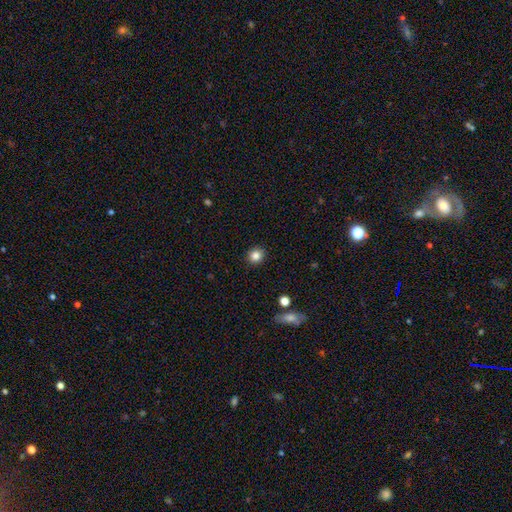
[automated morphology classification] type=smooth (85%); roundness=round (86%); merging=none (91%).